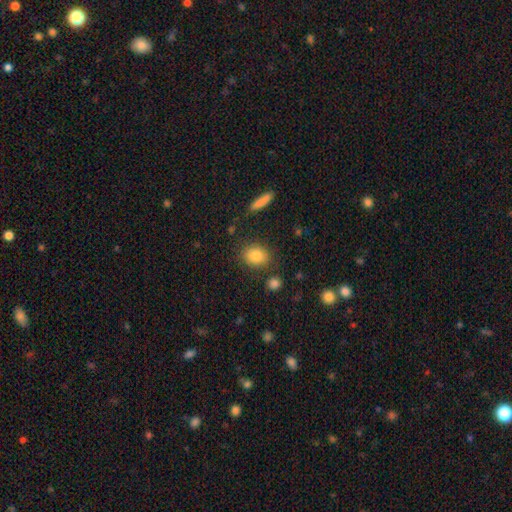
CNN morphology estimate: The model was most divided on "how rounded": in between: 60%, round: 38%, cigar-shaped: 2%. More confident: smooth or featured — smooth (85%); merging — none (82%).